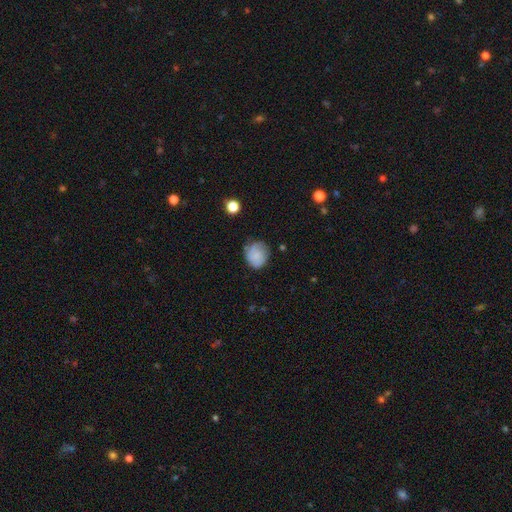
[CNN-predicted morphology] This is likely a smooth galaxy (69%). How rounded: likely round (73%). Merging: likely none (61%).